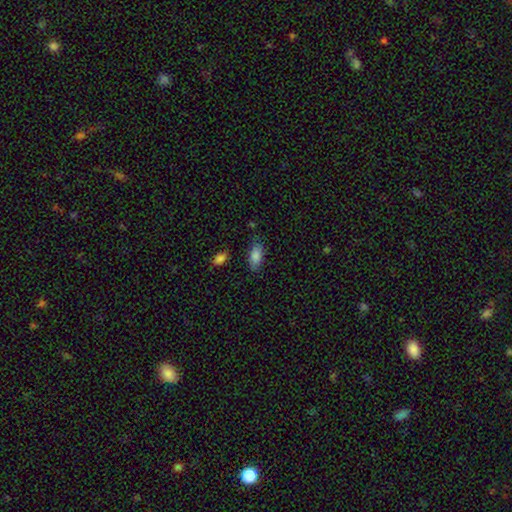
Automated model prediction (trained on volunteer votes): The model was most divided on "merging": none: 75%, minor disturbance: 18%, major disturbance: 4%, merger: 3%. More confident: how rounded — in between (87%); smooth or featured — smooth (84%).